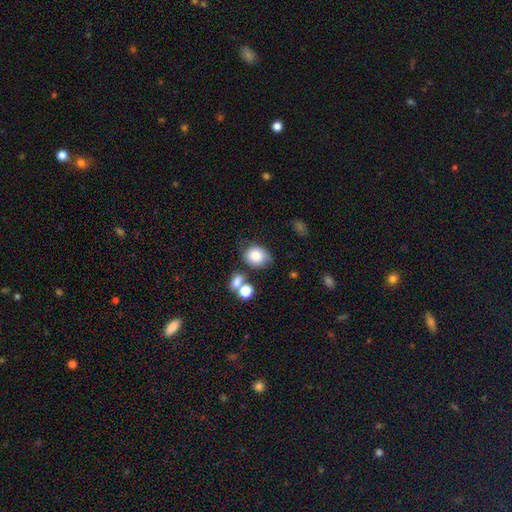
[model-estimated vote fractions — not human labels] Smooth or featured?
  - smooth: 79% *
  - featured or disk: 11%
  - star or artifact: 10%
How rounded?
  - round: 53% *
  - in between: 46%
  - cigar-shaped: 1%
Merging?
  - none: 52% *
  - minor disturbance: 26%
  - merger: 13%
  - major disturbance: 9%